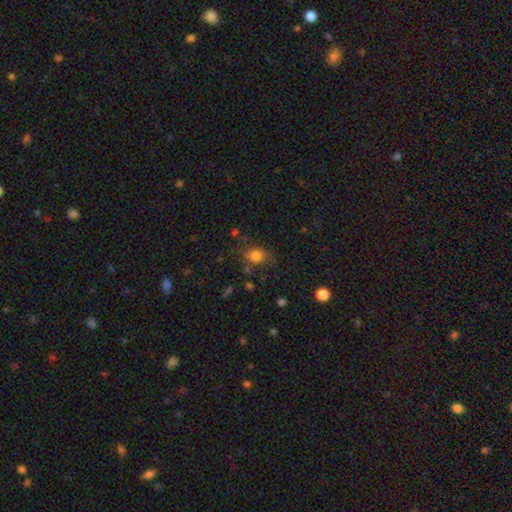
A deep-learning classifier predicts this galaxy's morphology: This appears to be a smooth galaxy with no disk features (79%) that is round (59%). Merging: none (69%).